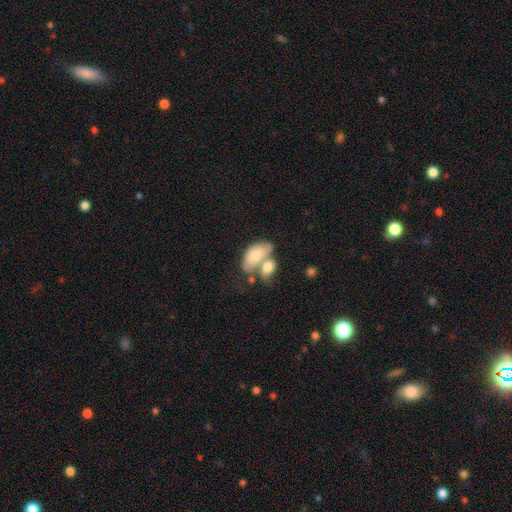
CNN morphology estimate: A smooth galaxy with no disk features (69%) that is in between round and cigar-shaped (92%). Merging: merger (57%).